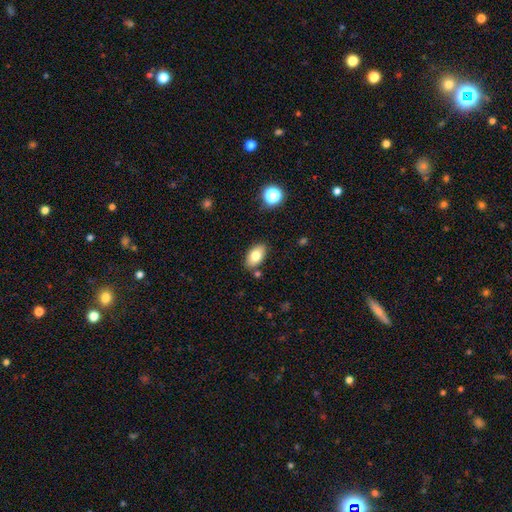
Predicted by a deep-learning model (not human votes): smooth_or_featured: smooth (p=0.78) [alt: featured or disk p=0.13]
how_rounded: in between (p=0.92) [alt: round p=0.06]
merging: none (p=0.83) [alt: minor disturbance p=0.11]